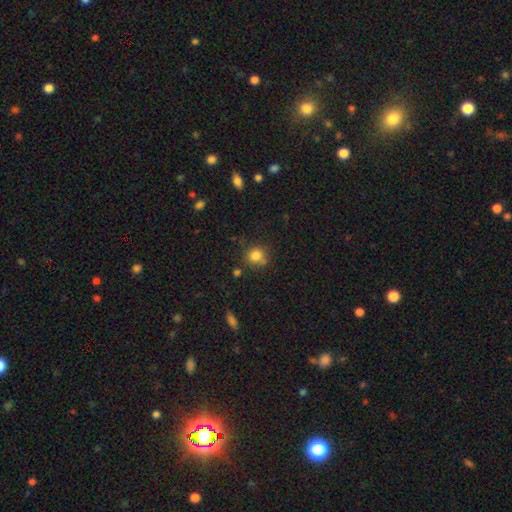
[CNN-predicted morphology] Smooth or featured? smooth (82%)
How rounded? round (86%)
Merging? none (72%)